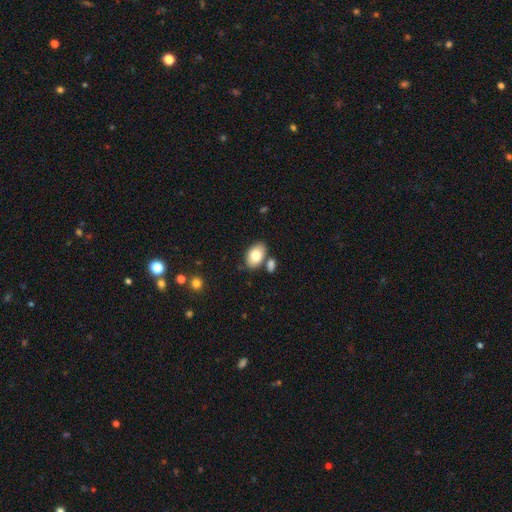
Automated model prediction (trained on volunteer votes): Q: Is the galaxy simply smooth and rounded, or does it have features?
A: smooth — 79%.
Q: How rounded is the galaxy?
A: in between — 90%.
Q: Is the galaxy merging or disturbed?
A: none — 70%.